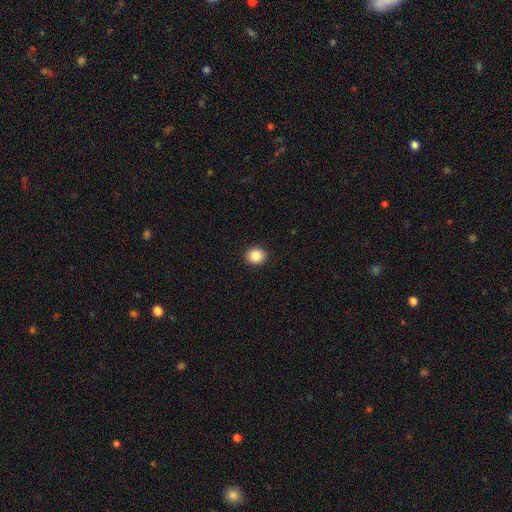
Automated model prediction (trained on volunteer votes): This appears to be a smooth galaxy with no disk features (86%) that is round (86%). Merging: none (92%).